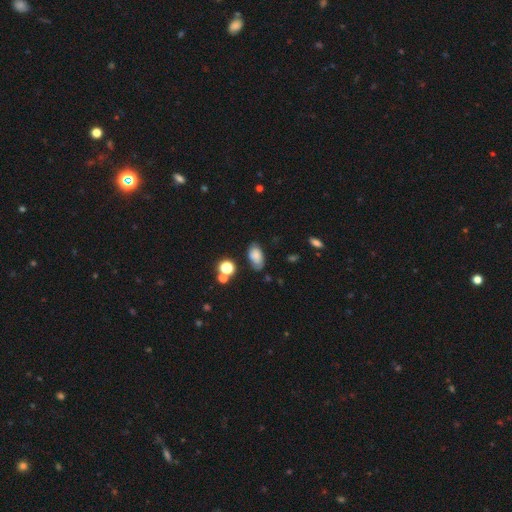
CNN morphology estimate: type=smooth (75%); roundness=in between (91%); merging=none (67%).